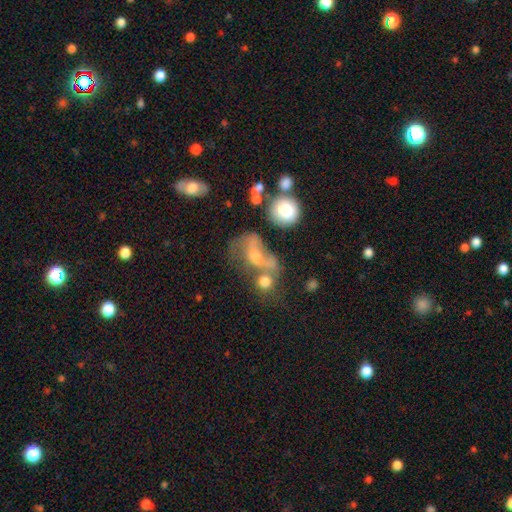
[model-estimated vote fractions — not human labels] Smooth or featured? smooth (44%)
Merging? merger (36%)